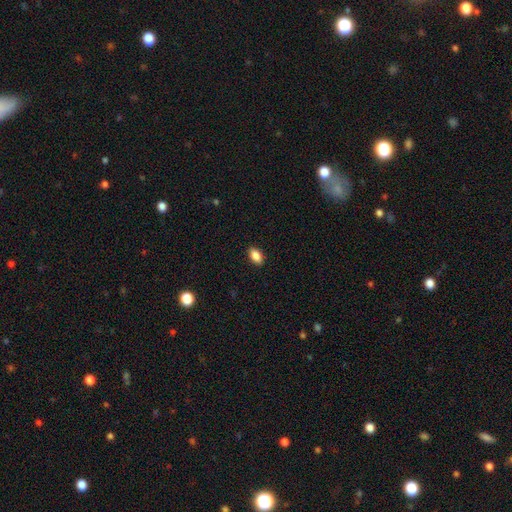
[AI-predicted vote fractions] A smooth galaxy with no disk features (86%) that is in between round and cigar-shaped (90%). Merging: none (89%).